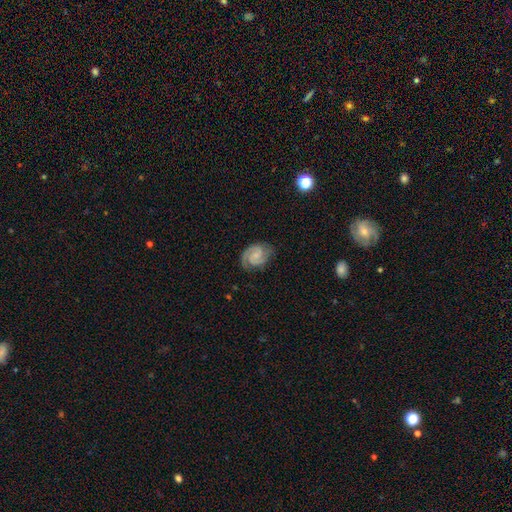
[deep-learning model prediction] Smooth or featured?
  - featured or disk: 87% *
  - smooth: 8%
  - star or artifact: 5%
Edge-on disk?
  - no: 98% *
  - yes: 2%
Bar?
  - no: 55% *
  - weak: 38%
  - strong: 7%
Spiral arms?
  - yes: 98% *
  - no: 2%
Spiral winding?
  - tight: 54% *
  - medium: 40%
  - loose: 6%
Spiral arm count?
  - 2: 88% *
  - 3: 5%
  - can't tell: 3%
  - 1: 2%
  - 4: 1%
  - more than 4: 1%
Bulge size?
  - small: 56% *
  - moderate: 21%
  - none: 20%
  - large: 2%
  - dominant: 1%
Merging?
  - none: 79% *
  - minor disturbance: 16%
  - major disturbance: 4%
  - merger: 1%